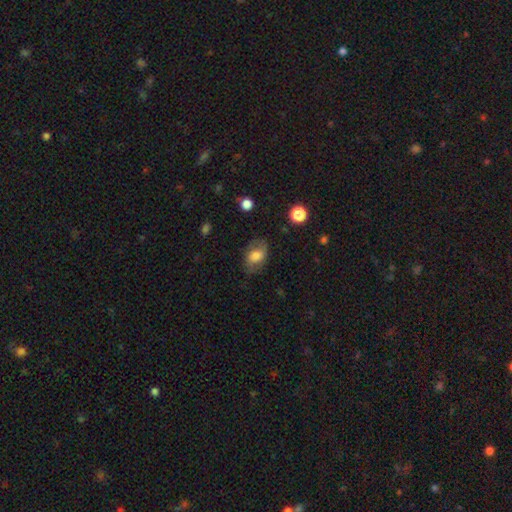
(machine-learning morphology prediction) The model was most divided on "smooth or featured": smooth: 64%, featured or disk: 28%, star or artifact: 8%. More confident: how rounded — in between (83%); merging — none (66%).